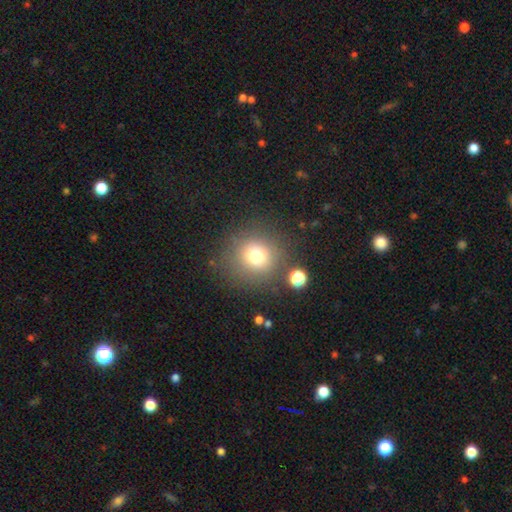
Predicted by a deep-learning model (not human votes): smooth_or_featured: smooth (p=0.73) [alt: star or artifact p=0.17]
how_rounded: round (p=0.92) [alt: in between p=0.07]
merging: none (p=0.81) [alt: minor disturbance p=0.10]